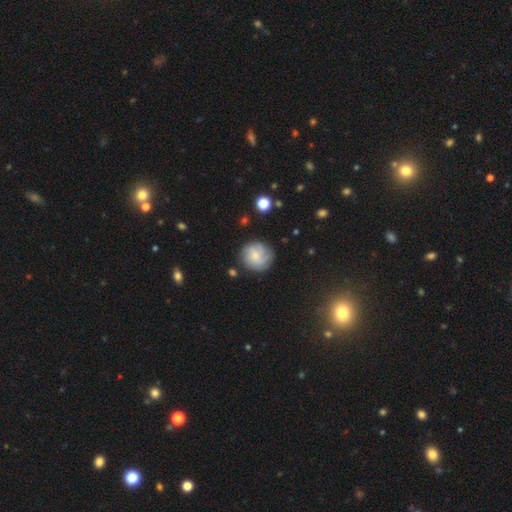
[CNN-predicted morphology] This appears to be a smooth galaxy with no disk features (48%). Merging: none (77%).